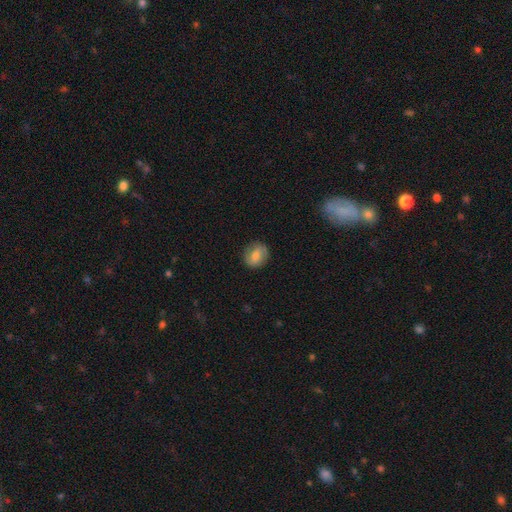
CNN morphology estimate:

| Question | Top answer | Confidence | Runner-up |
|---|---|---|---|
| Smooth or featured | smooth | 75% | featured or disk (18%) |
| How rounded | round | 71% | in between (28%) |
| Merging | none | 85% | minor disturbance (11%) |